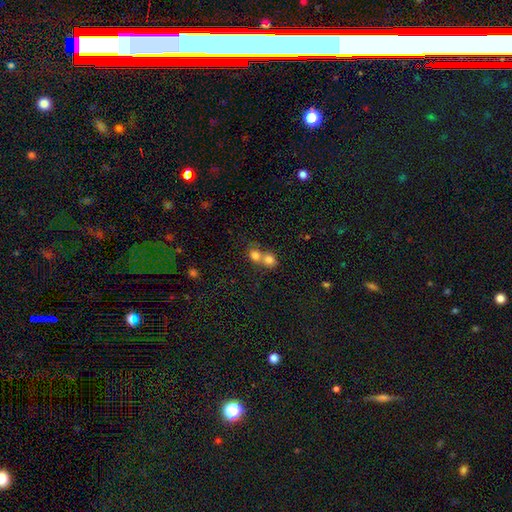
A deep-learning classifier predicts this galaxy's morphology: Smooth or featured? smooth (78%)
How rounded? round (77%)
Merging? merger (66%)